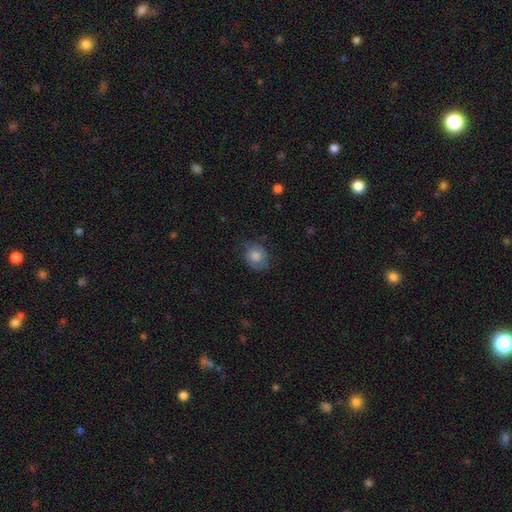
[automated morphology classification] smooth 75%, featured or disk 17%, star or artifact 8%. Down the decision tree: how rounded — round (61%); merging — none (67%).